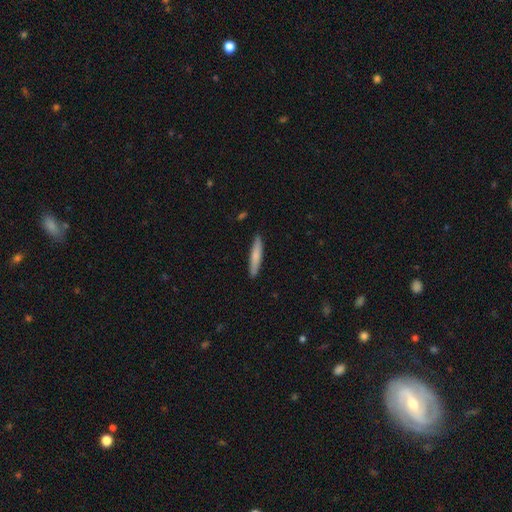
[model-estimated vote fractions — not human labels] This appears to be a smooth galaxy with no disk features (75%) that is cigar-shaped (90%). Merging: none (89%).